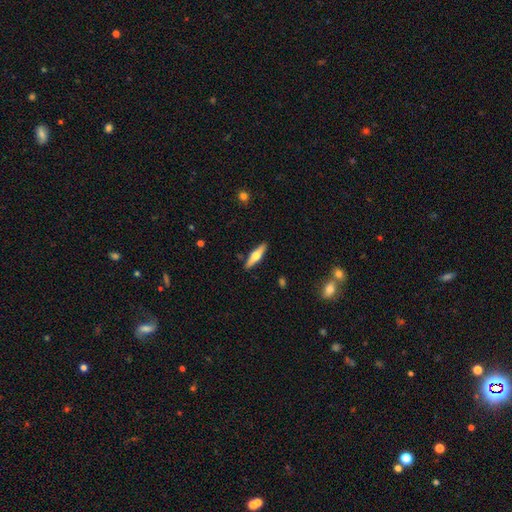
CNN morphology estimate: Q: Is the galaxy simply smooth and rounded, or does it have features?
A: featured or disk — 53%.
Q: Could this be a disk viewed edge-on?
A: yes — 94%.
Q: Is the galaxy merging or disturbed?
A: none — 89%.